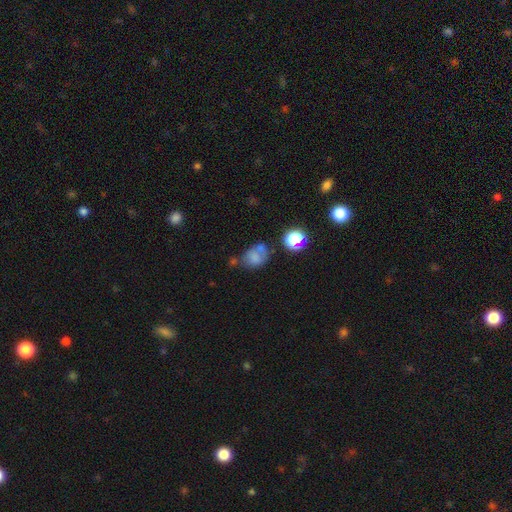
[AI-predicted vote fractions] Smooth or featured? smooth (67%)
How rounded? in between (59%)
Merging? none (39%)